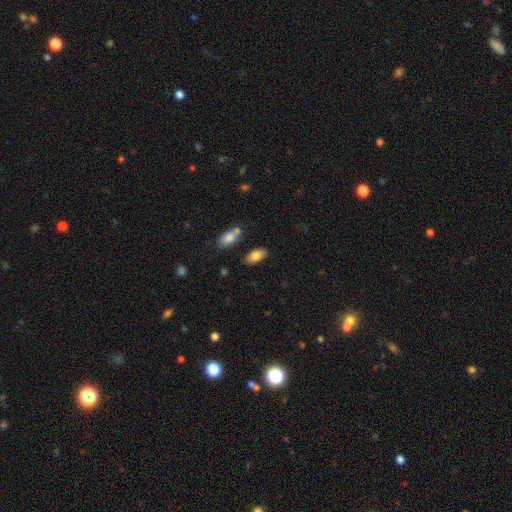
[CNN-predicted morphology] Smooth or featured: smooth — 82% (featured or disk — 11%)
How rounded: in between — 91% (cigar-shaped — 6%)
Merging: none — 79% (minor disturbance — 12%)